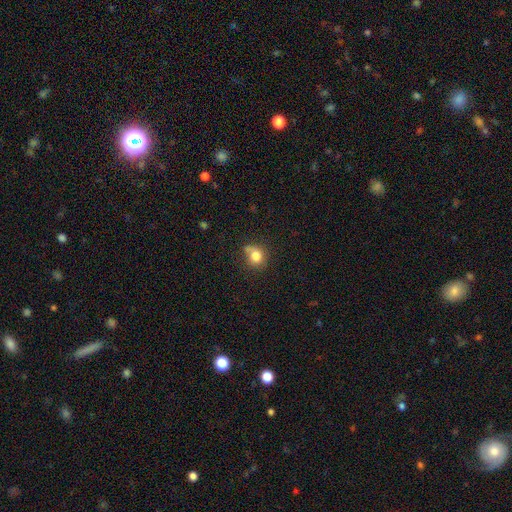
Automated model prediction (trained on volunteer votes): This is clearly a smooth galaxy (80%). How rounded: likely round (80%). Merging: possibly none (56%).